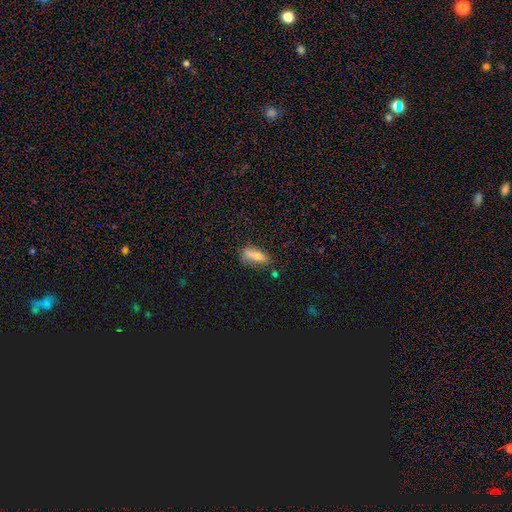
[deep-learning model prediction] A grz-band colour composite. It shows a smooth galaxy with no disk features (71%) that is in between round and cigar-shaped (57%). Merging: none (59%).